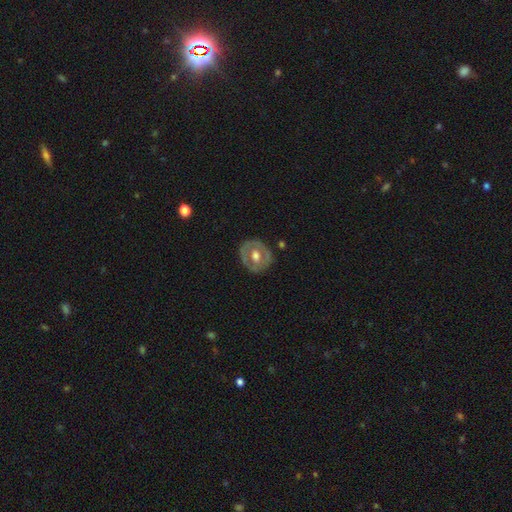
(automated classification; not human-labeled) Morphology: type=featured or disk (58%); edge-on=no (94%); bar=no (66%); spiral arms=no (83%); bulge=moderate (69%); merging=none (80%).